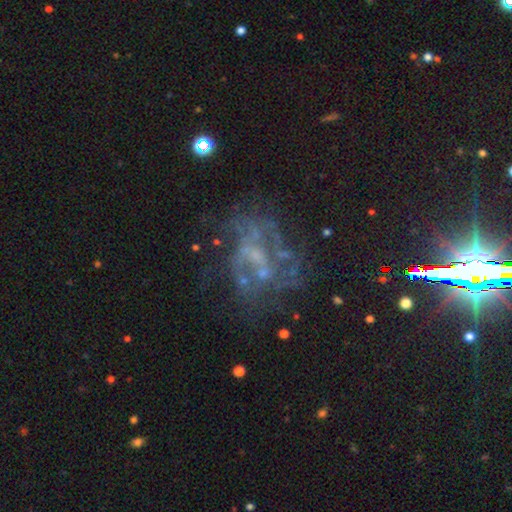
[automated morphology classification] smooth_or_featured: featured or disk (p=0.60) [alt: star or artifact p=0.28]
disk_edge_on: no (p=0.97) [alt: yes p=0.03]
bar: no (p=0.74) [alt: weak p=0.19]
has_spiral_arms: no (p=0.62) [alt: yes p=0.38]
bulge_size: none (p=0.58) [alt: small p=0.27]
merging: none (p=0.50) [alt: major disturbance p=0.27]